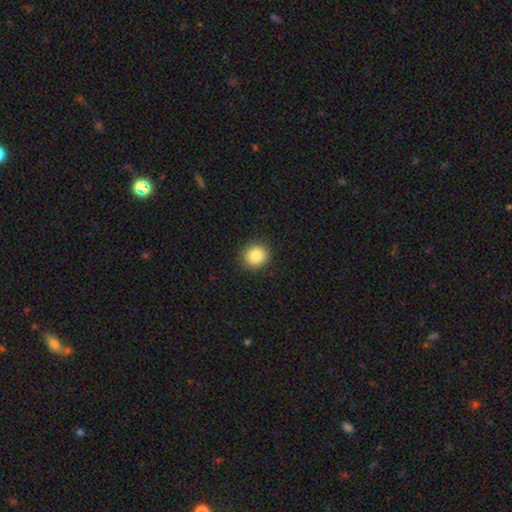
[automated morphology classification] Overall: smooth (85%). How rounded: round (89%). Merging: none (91%).